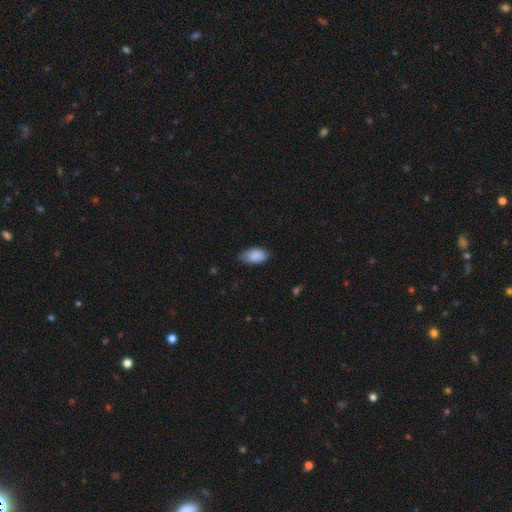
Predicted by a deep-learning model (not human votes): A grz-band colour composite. It shows a smooth galaxy with no disk features (87%) that is in between round and cigar-shaped (93%). Merging: none (60%).